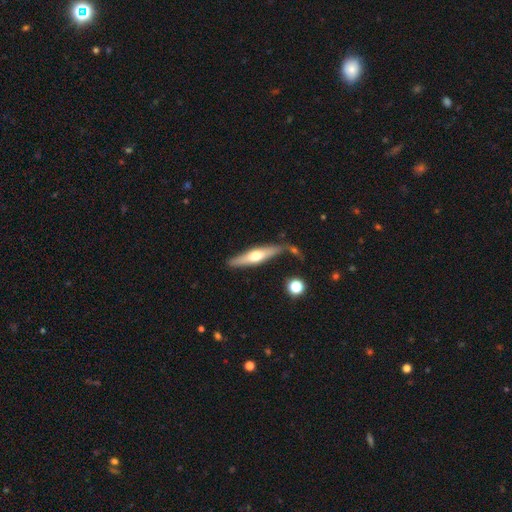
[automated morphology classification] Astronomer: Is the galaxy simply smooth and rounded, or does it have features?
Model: featured or disk — 56% (runner-up: smooth, 39%).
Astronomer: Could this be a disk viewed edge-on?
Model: yes — 91%.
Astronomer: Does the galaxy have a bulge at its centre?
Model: rounded — 91%.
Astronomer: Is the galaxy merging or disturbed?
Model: none — 67%.